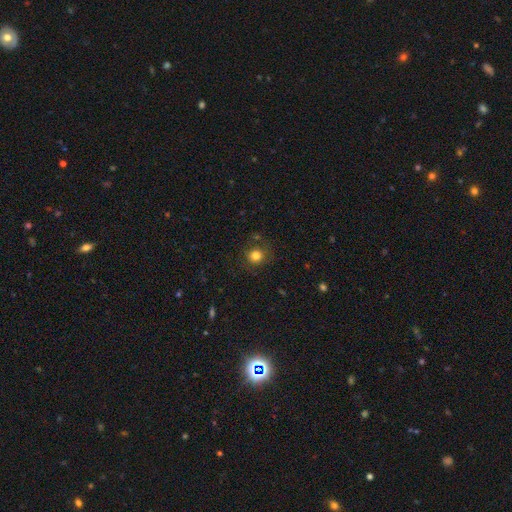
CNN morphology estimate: This is clearly a smooth galaxy (81%). How rounded: clearly round (90%). Merging: clearly none (81%).